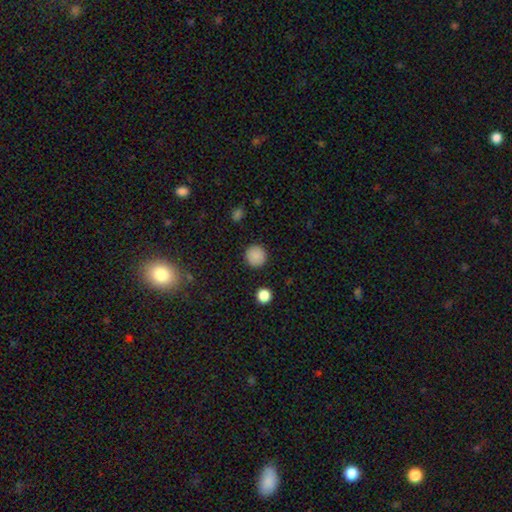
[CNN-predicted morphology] This appears to be a smooth galaxy with no disk features (87%) that is round (95%). Merging: none (91%).